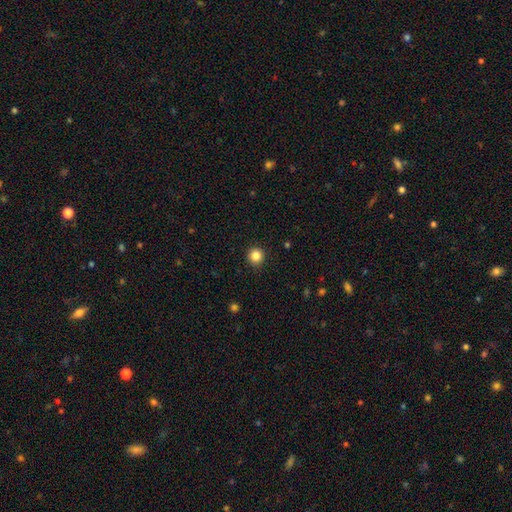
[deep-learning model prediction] A smooth galaxy with no disk features (85%) that is round (94%).

Vote fractions:
- Smooth or featured? smooth: 85% / star or artifact: 11% / featured or disk: 4%
- How rounded? round: 94% / in between: 5% / cigar-shaped: 1%
- Merging? none: 92% / minor disturbance: 5% / major disturbance: 2% / merger: 1%